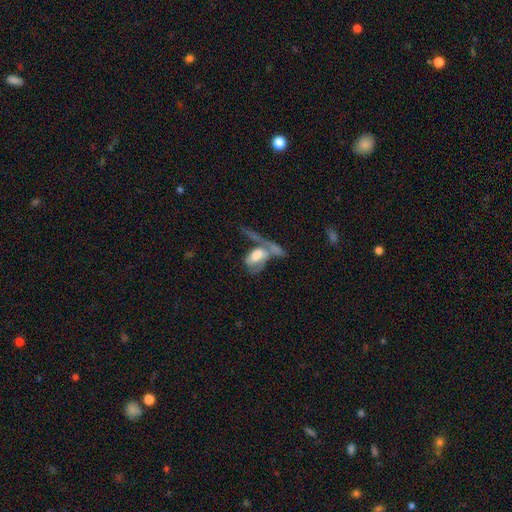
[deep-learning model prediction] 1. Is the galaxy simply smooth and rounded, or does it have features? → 51% smooth, 41% featured or disk, 8% star or artifact.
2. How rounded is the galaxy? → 85% in between, 8% round, 7% cigar-shaped.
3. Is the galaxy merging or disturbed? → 46% merger, 29% major disturbance, 15% none, 10% minor disturbance.